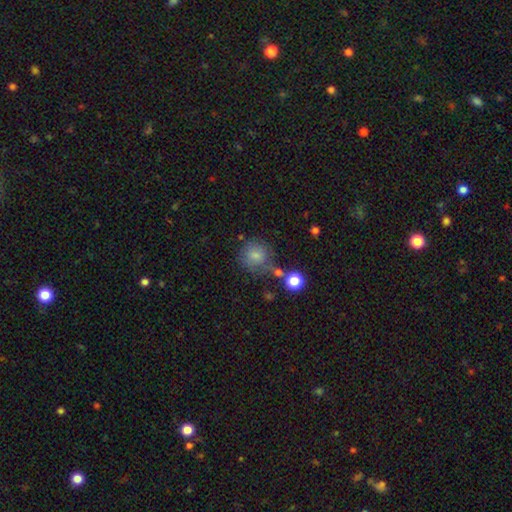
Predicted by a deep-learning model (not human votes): Smooth or featured? Predicted: smooth (p=0.76). How rounded? Predicted: round (p=0.87). Merging? Predicted: none (p=0.55).